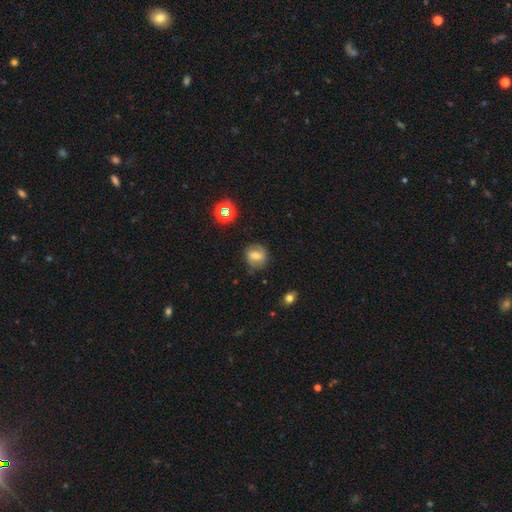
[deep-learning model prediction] smooth-or-featured: smooth: 54% | featured or disk: 34% | star or artifact: 13%
  how-rounded: round: 74% | in between: 25% | cigar-shaped: 1%
  merging: none: 74% | minor disturbance: 18% | major disturbance: 6% | merger: 2%